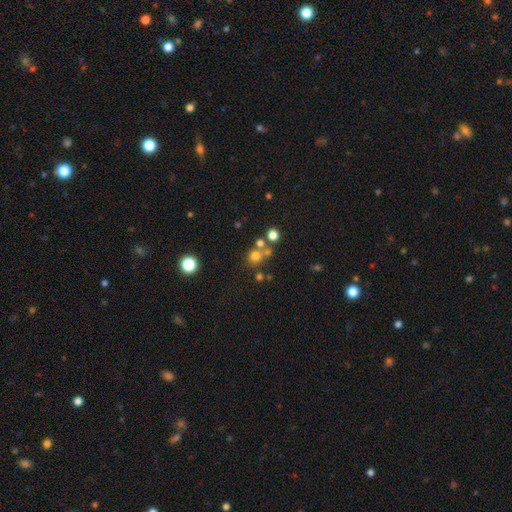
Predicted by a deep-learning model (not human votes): smooth-or-featured: smooth: 69% | star or artifact: 19% | featured or disk: 11%
  how-rounded: round: 88% | in between: 11% | cigar-shaped: 1%
  merging: none: 60% | merger: 27% | minor disturbance: 9% | major disturbance: 4%